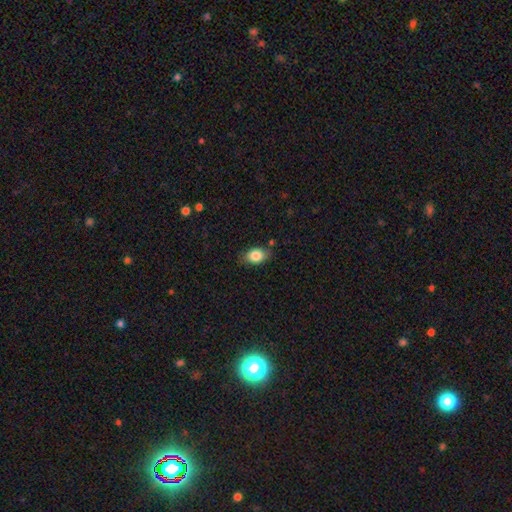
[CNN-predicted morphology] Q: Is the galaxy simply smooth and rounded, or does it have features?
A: smooth — 84%.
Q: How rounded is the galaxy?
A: in between — 82%.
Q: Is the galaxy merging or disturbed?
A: none — 78%.